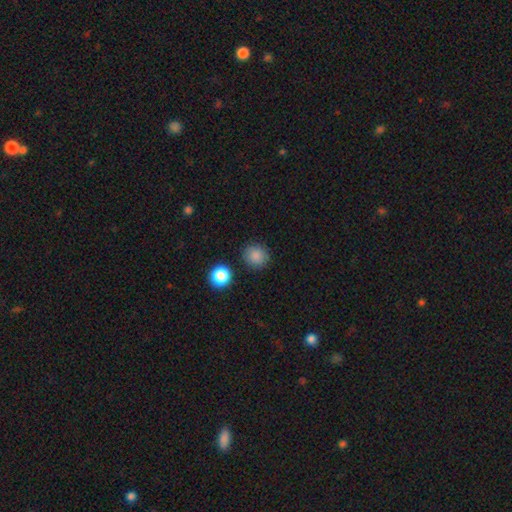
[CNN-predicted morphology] Smooth or featured: smooth — 86% (star or artifact — 10%)
How rounded: round — 89% (in between — 10%)
Merging: none — 87% (minor disturbance — 8%)